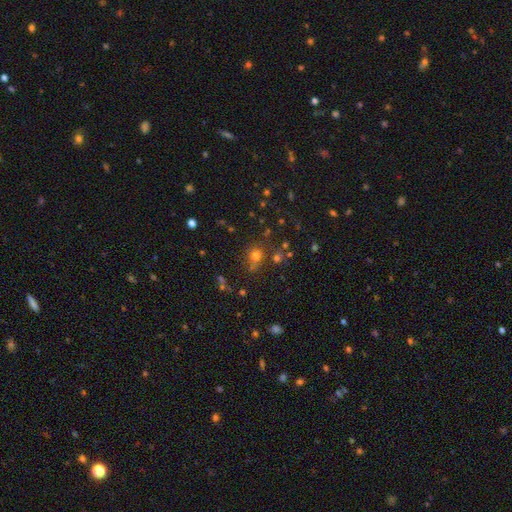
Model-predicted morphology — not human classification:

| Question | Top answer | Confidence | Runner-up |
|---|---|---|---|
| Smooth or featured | smooth | 65% | star or artifact (26%) |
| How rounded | round | 81% | in between (18%) |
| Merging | none | 65% | minor disturbance (15%) |